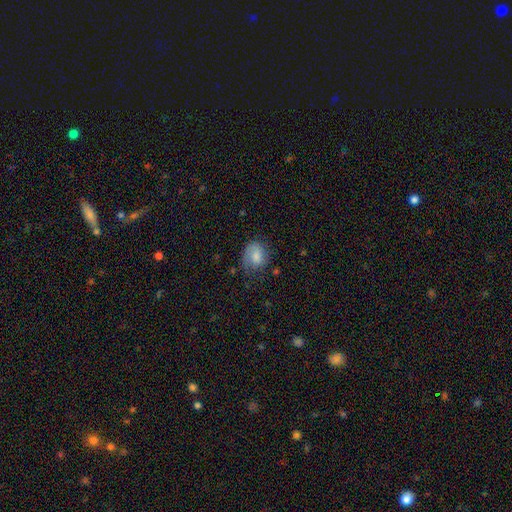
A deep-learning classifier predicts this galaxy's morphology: Smooth or featured? Predicted: smooth (p=0.70). How rounded? Predicted: round (p=0.54). Merging? Predicted: none (p=0.55).